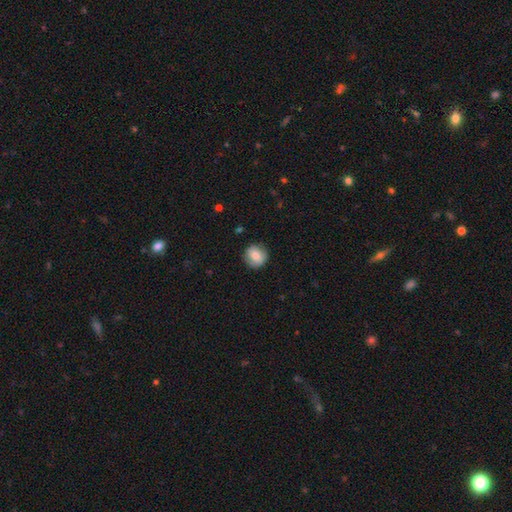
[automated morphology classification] A smooth galaxy with no disk features (75%) that is round (87%).

Vote fractions:
- Smooth or featured? smooth: 75% / featured or disk: 17% / star or artifact: 8%
- How rounded? round: 87% / in between: 12% / cigar-shaped: 1%
- Merging? none: 82% / minor disturbance: 13% / major disturbance: 3% / merger: 1%